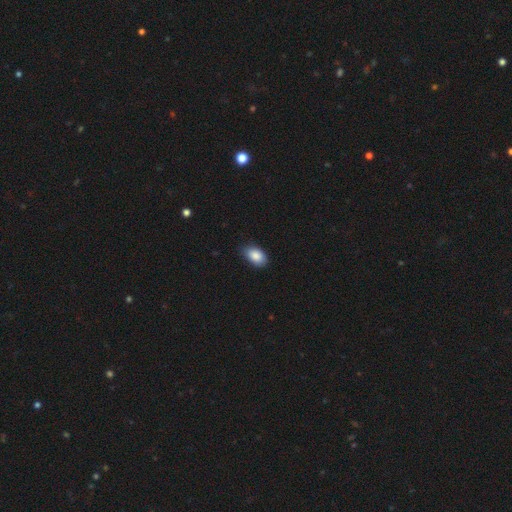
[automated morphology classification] type=smooth (88%); roundness=in between (91%); merging=none (79%).